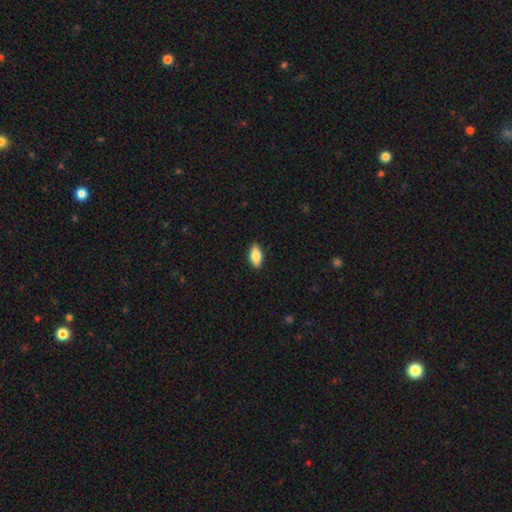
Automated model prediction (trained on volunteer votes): This is clearly a smooth galaxy (83%). How rounded: clearly in between (88%). Merging: clearly none (89%).